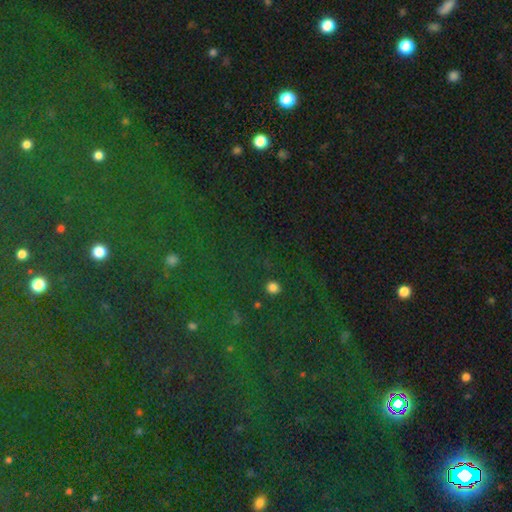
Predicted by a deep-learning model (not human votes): Smooth or featured? Predicted: star or artifact (p=0.80).